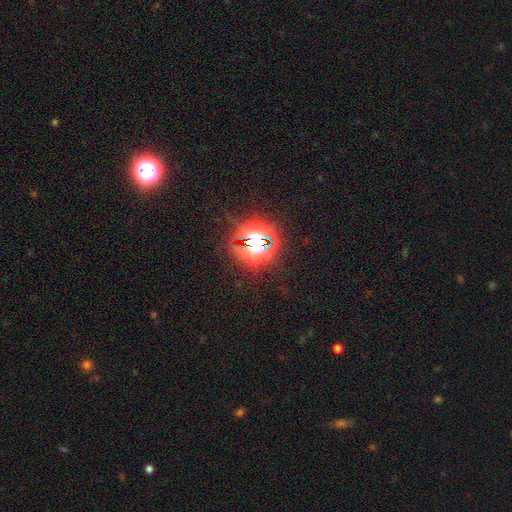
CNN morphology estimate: This appears to be a star or artifact, not a galaxy (79%).